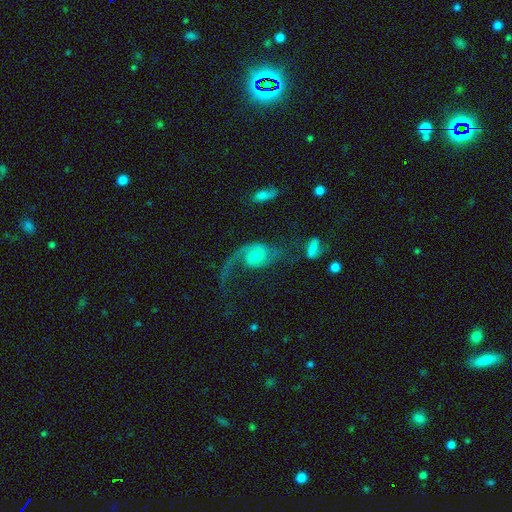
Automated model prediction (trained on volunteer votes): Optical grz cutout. It shows a featured or disk galaxy (80%) with no bar (61%), 1 (51%) loose (67%) spiral arms (93%) and a moderate central bulge (49%). Merging: major disturbance (39%).